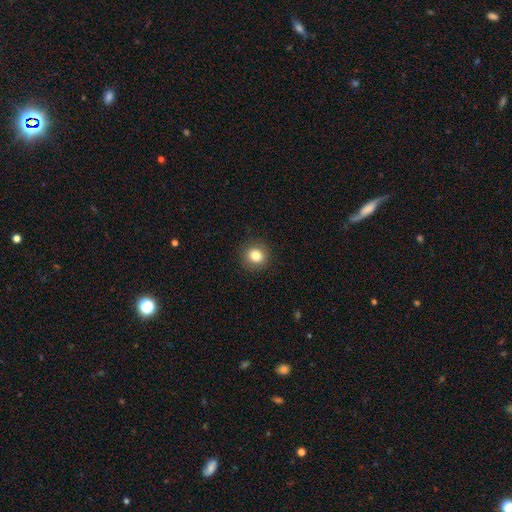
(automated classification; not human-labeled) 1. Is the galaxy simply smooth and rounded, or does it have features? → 82% smooth, 11% star or artifact, 7% featured or disk.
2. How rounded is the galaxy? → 86% round, 13% in between, 1% cigar-shaped.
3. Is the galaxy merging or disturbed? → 91% none, 6% minor disturbance, 2% major disturbance, 1% merger.